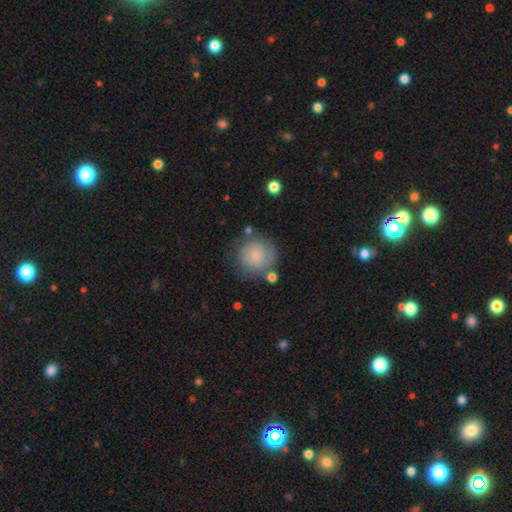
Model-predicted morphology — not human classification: A smooth galaxy with no disk features (57%) that is round (91%).

Vote fractions:
- Smooth or featured? smooth: 57% / featured or disk: 35% / star or artifact: 8%
- How rounded? round: 91% / in between: 8% / cigar-shaped: 1%
- Merging? none: 70% / minor disturbance: 18% / major disturbance: 7% / merger: 5%